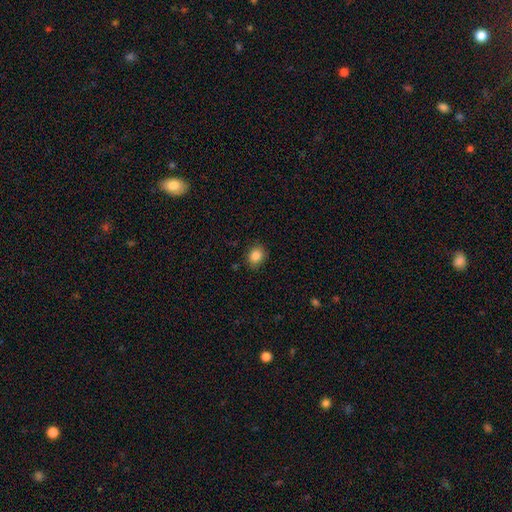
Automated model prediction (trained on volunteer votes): A smooth galaxy with no disk features (85%) that is round (61%). Merging: none (86%).